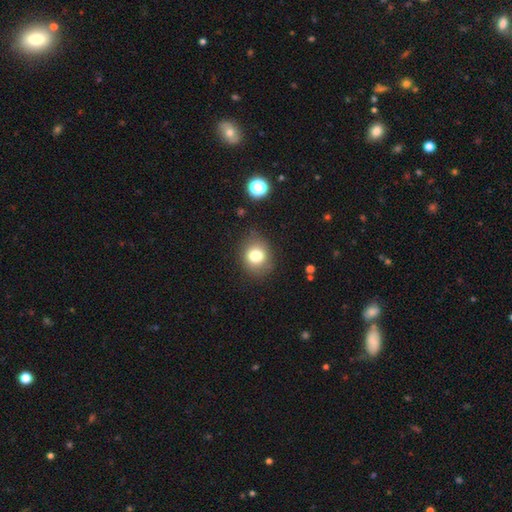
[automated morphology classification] Smooth or featured: smooth — 79% (star or artifact — 11%)
How rounded: round — 68% (in between — 31%)
Merging: none — 80% (minor disturbance — 14%)